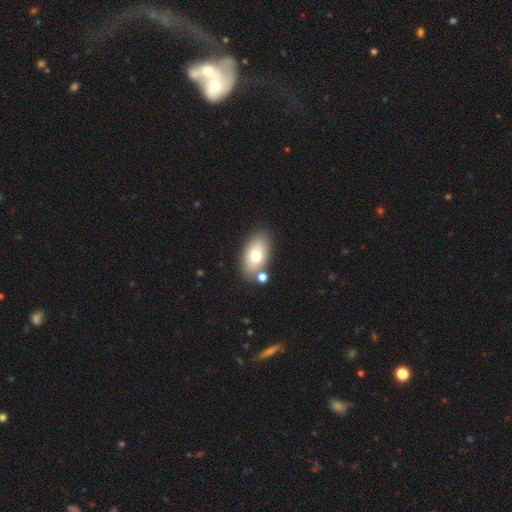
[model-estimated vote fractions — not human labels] A smooth galaxy with no disk features (71%) that is in between round and cigar-shaped (90%). Merging: none (75%).